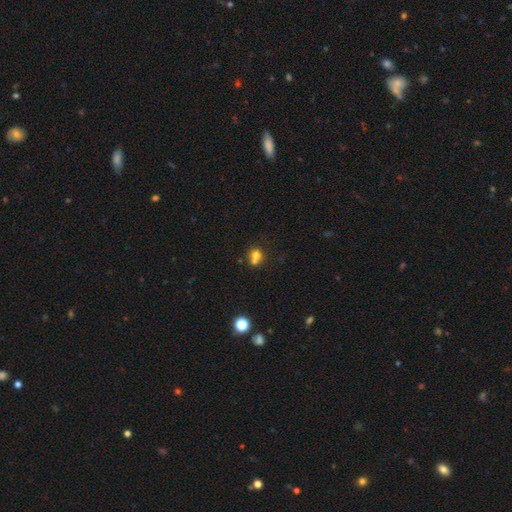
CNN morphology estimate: Smooth or featured?
  - smooth: 71% *
  - star or artifact: 15%
  - featured or disk: 14%
How rounded?
  - round: 83% *
  - in between: 16%
  - cigar-shaped: 1%
Merging?
  - merger: 48% *
  - none: 42%
  - minor disturbance: 7%
  - major disturbance: 3%